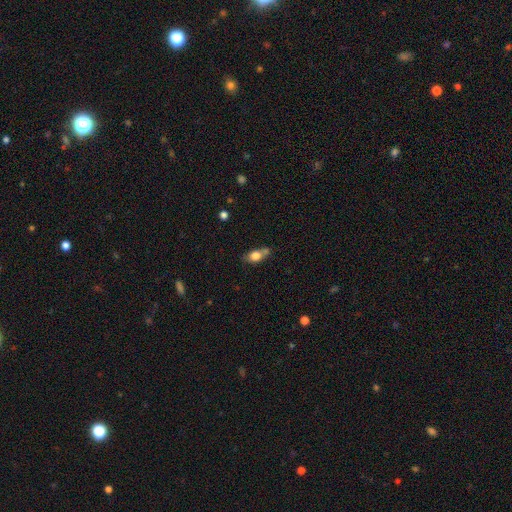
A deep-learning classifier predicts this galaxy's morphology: A smooth galaxy with no disk features (75%) that is in between round and cigar-shaped (71%). Merging: none (45%).